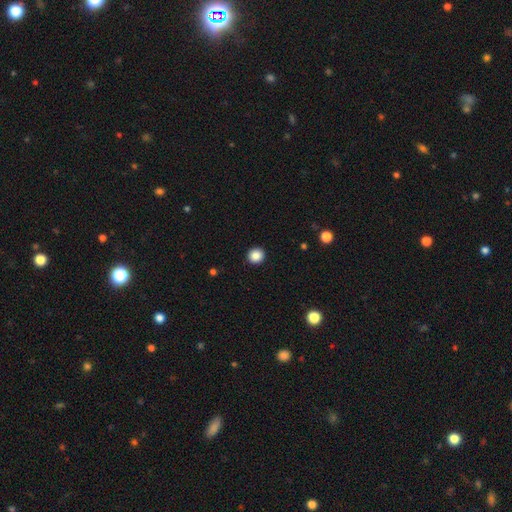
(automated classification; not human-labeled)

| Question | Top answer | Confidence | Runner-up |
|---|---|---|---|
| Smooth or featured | smooth | 88% | star or artifact (10%) |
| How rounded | round | 93% | in between (6%) |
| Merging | none | 93% | minor disturbance (5%) |